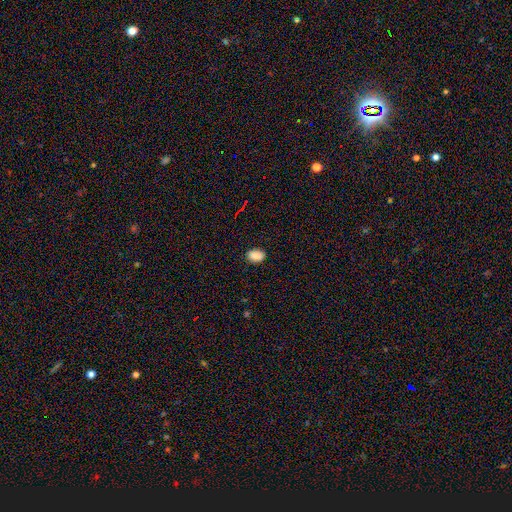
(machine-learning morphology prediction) Smooth or featured?
  - smooth: 86% *
  - star or artifact: 9%
  - featured or disk: 4%
How rounded?
  - in between: 83% *
  - round: 15%
  - cigar-shaped: 1%
Merging?
  - none: 85% *
  - minor disturbance: 11%
  - major disturbance: 2%
  - merger: 1%